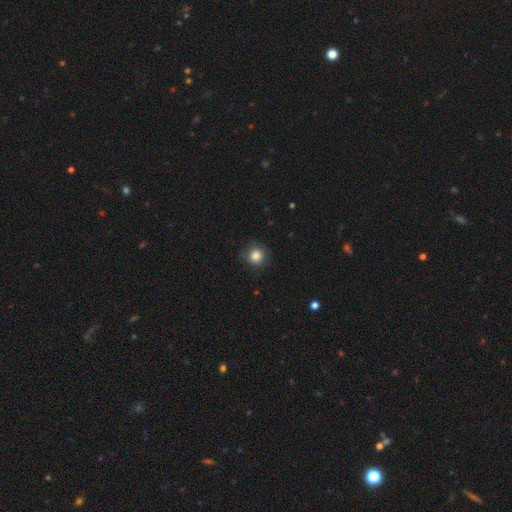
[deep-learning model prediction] smooth-or-featured: smooth: 84% | star or artifact: 10% | featured or disk: 6%
  how-rounded: round: 93% | in between: 6% | cigar-shaped: 1%
  merging: none: 84% | minor disturbance: 12% | major disturbance: 3% | merger: 1%